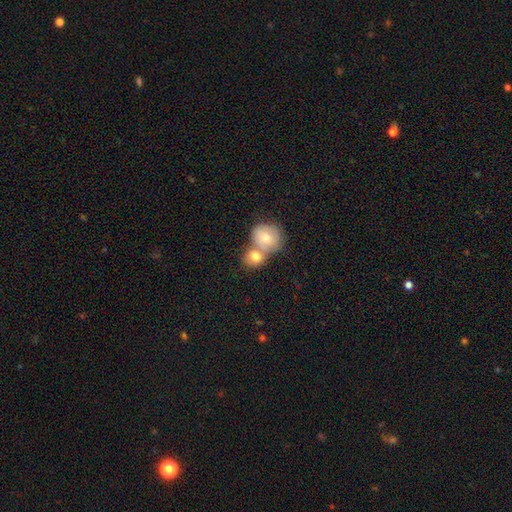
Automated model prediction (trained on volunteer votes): smooth 74%, featured or disk 18%, star or artifact 8%. Down the decision tree: how rounded — round (72%); merging — merger (59%).